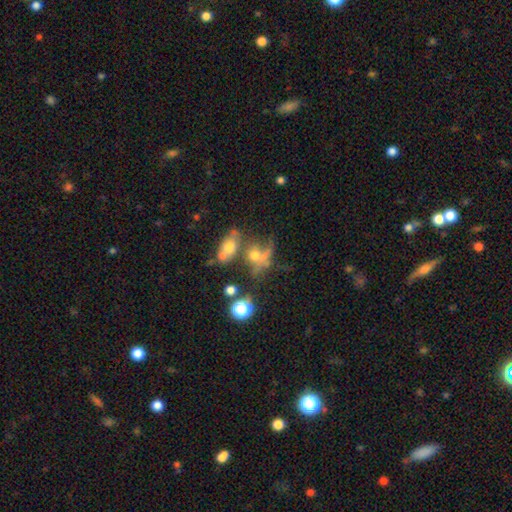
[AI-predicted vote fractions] Smooth or featured: smooth — 48% (featured or disk — 28%)
Merging: merger — 47% (none — 25%)